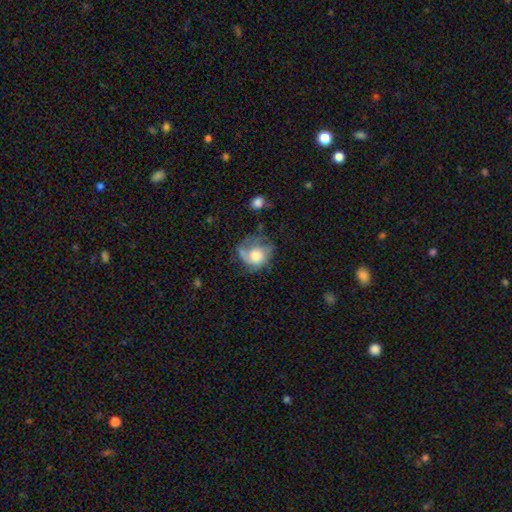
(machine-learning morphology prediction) This is possibly a featured or disk galaxy (47%). Merging: marginally none (43%).